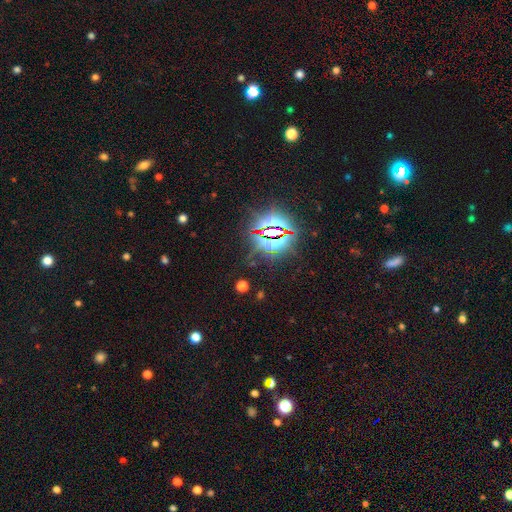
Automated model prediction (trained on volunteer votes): Overall: star or artifact (84%).